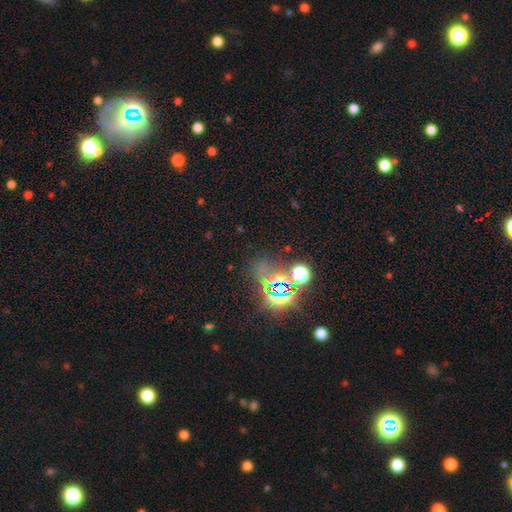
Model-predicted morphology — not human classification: This is likely a star or artifact rather than a galaxy (72%).